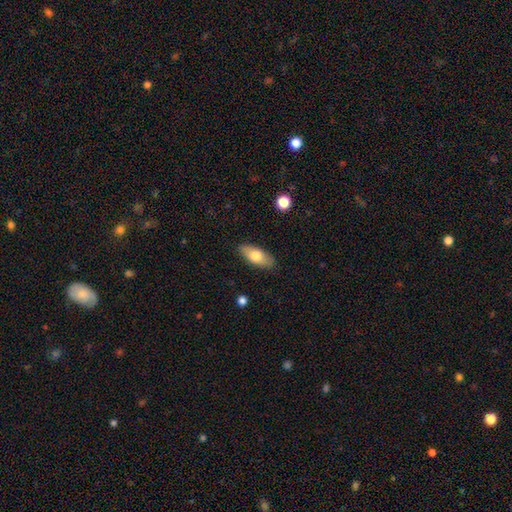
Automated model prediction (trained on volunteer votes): Smooth or featured: smooth — 72% (featured or disk — 22%)
How rounded: in between — 81% (cigar-shaped — 16%)
Merging: none — 86% (minor disturbance — 10%)